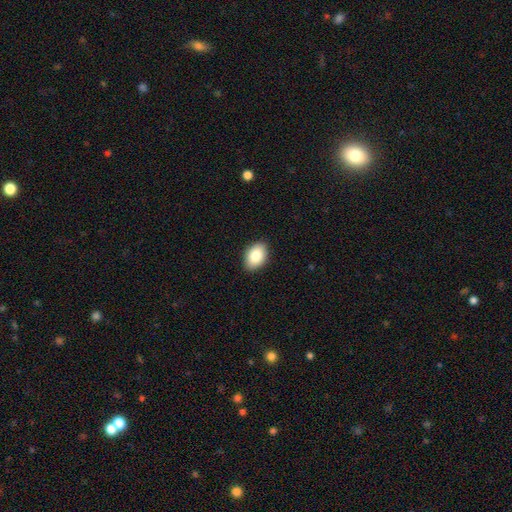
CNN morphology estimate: Overall: smooth (85%). How rounded: in between (88%). Merging: none (89%).